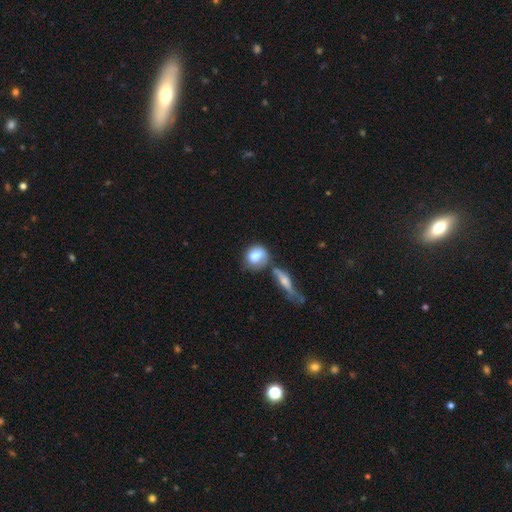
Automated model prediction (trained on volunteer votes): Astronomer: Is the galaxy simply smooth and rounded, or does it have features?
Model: smooth — 75%.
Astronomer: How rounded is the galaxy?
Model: round — 49% (runner-up: in between, 46%).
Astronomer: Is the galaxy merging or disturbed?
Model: none — 35% (runner-up: merger, 33%).